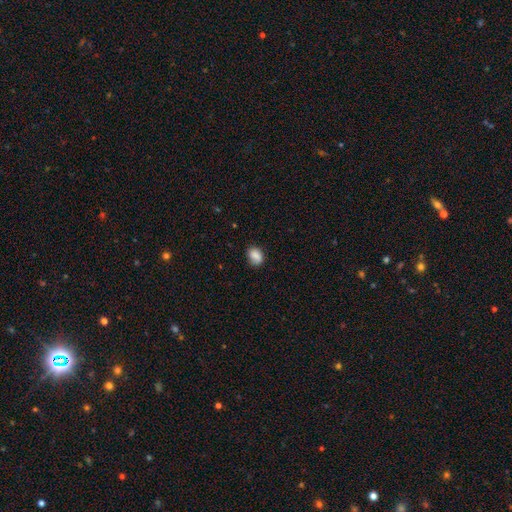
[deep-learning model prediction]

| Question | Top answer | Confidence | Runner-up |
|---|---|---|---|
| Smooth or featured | smooth | 85% | star or artifact (9%) |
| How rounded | in between | 66% | round (32%) |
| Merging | none | 74% | minor disturbance (20%) |